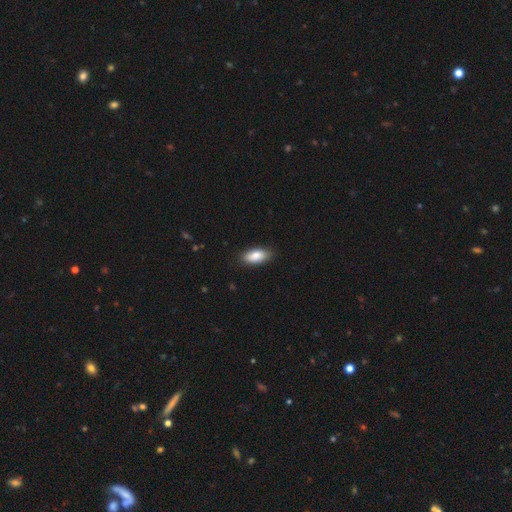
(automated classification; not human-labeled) smooth 84%, featured or disk 9%, star or artifact 6%. Down the decision tree: how rounded — in between (88%); merging — none (86%).